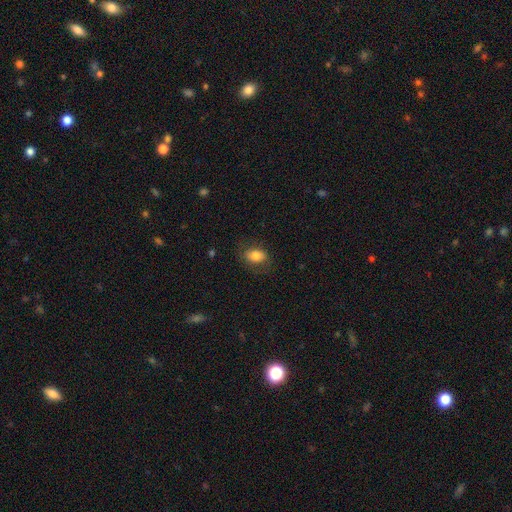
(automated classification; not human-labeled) This appears to be a smooth galaxy with no disk features (79%) that is in between round and cigar-shaped (79%). Merging: none (74%).